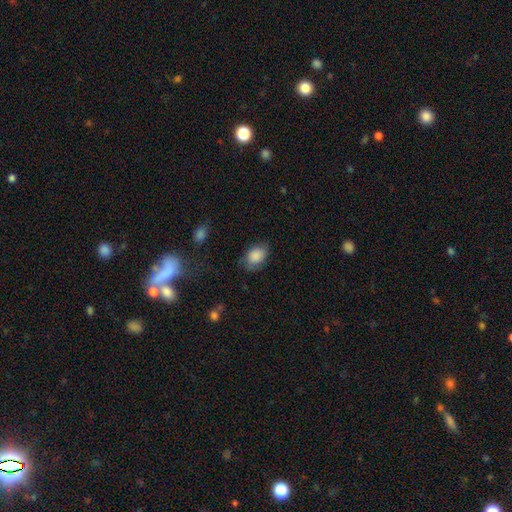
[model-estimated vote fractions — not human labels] Smooth or featured?
  - smooth: 85% *
  - star or artifact: 8%
  - featured or disk: 8%
How rounded?
  - in between: 79% *
  - round: 20%
  - cigar-shaped: 1%
Merging?
  - none: 64% *
  - minor disturbance: 27%
  - major disturbance: 7%
  - merger: 2%